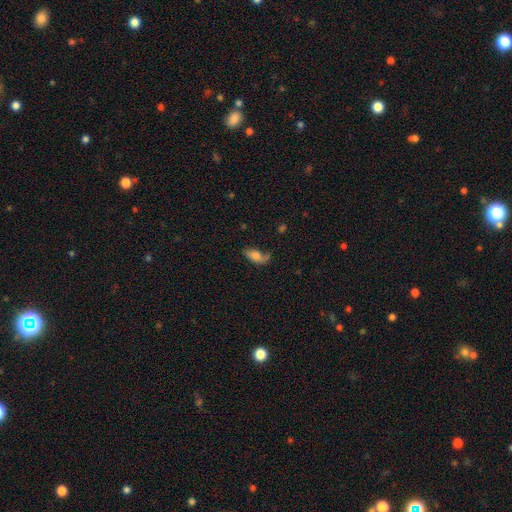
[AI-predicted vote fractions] Smooth or featured? Predicted: smooth (p=0.70). How rounded? Predicted: in between (p=0.84). Merging? Predicted: none (p=0.48).